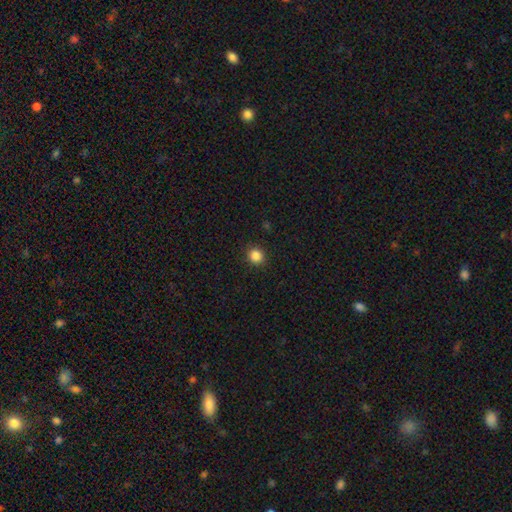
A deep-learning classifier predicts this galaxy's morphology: The model was most divided on "smooth or featured": smooth: 86%, star or artifact: 11%, featured or disk: 3%. More confident: merging — none (91%); how rounded — round (89%).